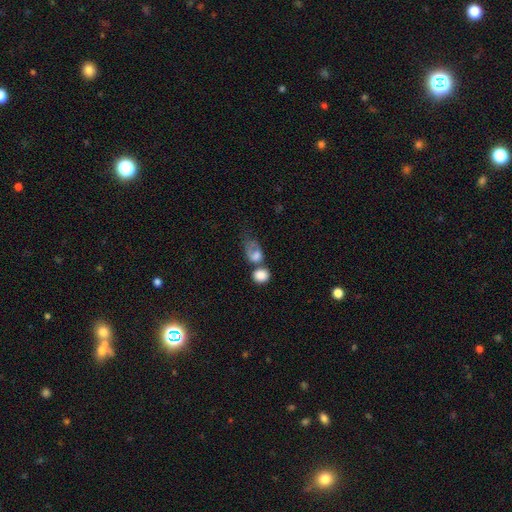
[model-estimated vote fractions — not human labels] A smooth galaxy with no disk features (72%) that is in between round and cigar-shaped (59%). Merging: merger (45%).